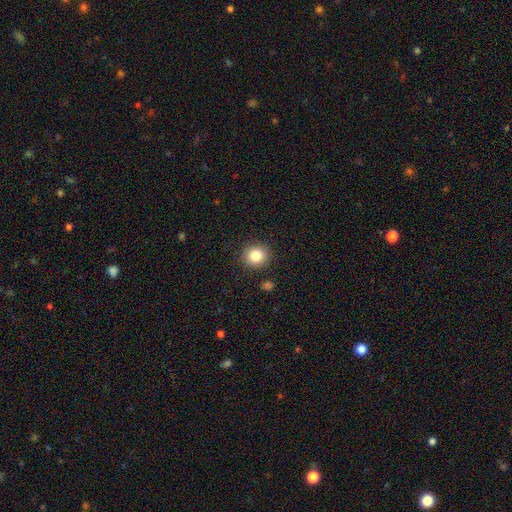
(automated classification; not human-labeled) smooth-or-featured: smooth: 83% | star or artifact: 11% | featured or disk: 7%
  how-rounded: round: 85% | in between: 14% | cigar-shaped: 1%
  merging: none: 89% | minor disturbance: 7% | major disturbance: 2% | merger: 2%